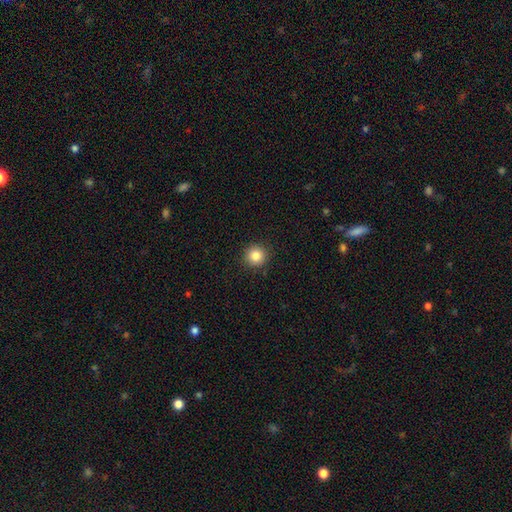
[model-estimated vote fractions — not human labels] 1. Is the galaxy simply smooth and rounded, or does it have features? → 84% smooth, 11% star or artifact, 5% featured or disk.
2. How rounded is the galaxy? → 94% round, 5% in between, 1% cigar-shaped.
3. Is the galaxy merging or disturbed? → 92% none, 5% minor disturbance, 2% major disturbance, 1% merger.